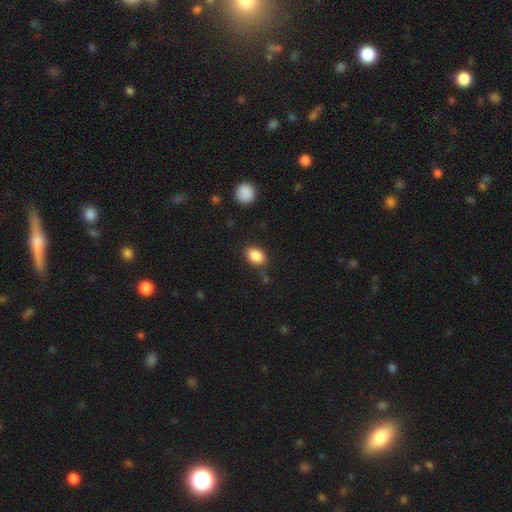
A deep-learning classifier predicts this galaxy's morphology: A smooth galaxy with no disk features (88%) that is in between round and cigar-shaped (76%).

Vote fractions:
- Smooth or featured? smooth: 88% / star or artifact: 8% / featured or disk: 4%
- How rounded? in between: 76% / round: 22% / cigar-shaped: 1%
- Merging? none: 81% / minor disturbance: 13% / major disturbance: 4% / merger: 3%